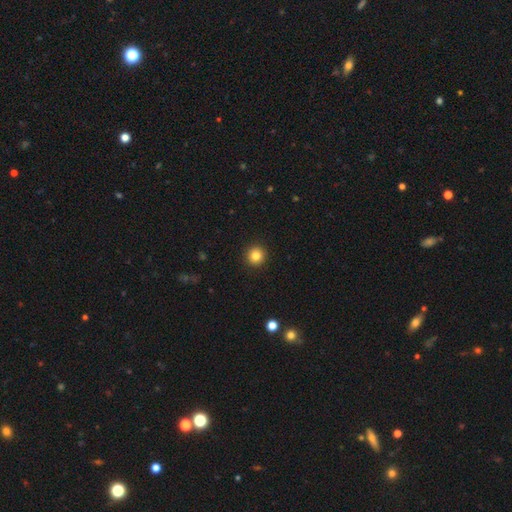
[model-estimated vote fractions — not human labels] Smooth or featured: smooth — 83% (star or artifact — 11%)
How rounded: round — 95% (in between — 4%)
Merging: none — 93% (minor disturbance — 4%)